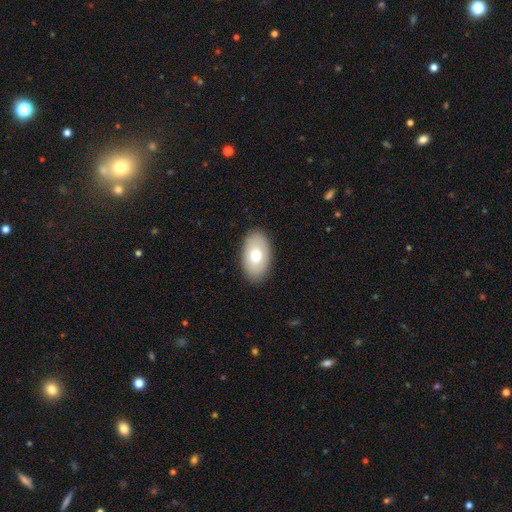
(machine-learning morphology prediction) Smooth or featured: smooth — 71% (featured or disk — 22%)
How rounded: in between — 93% (round — 6%)
Merging: none — 88% (minor disturbance — 9%)